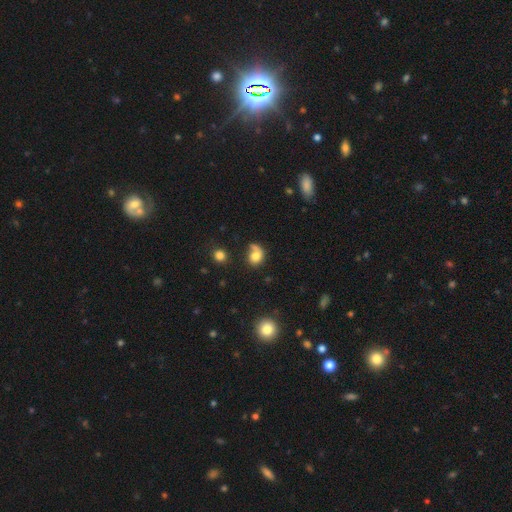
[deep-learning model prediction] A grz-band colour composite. It shows a smooth galaxy with no disk features (73%) that is round (60%). Merging: none (40%).